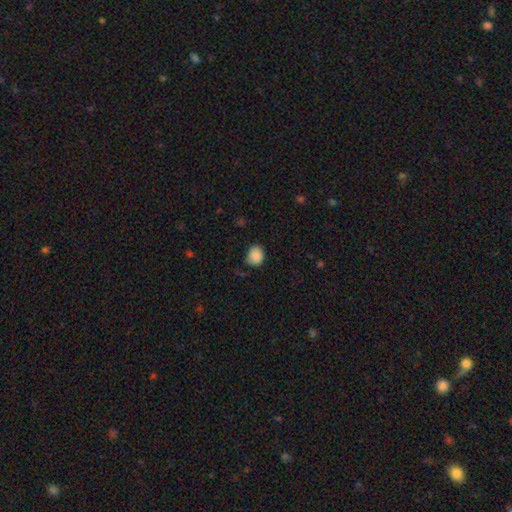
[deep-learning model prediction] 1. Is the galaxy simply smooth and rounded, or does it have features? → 88% smooth, 9% star or artifact, 3% featured or disk.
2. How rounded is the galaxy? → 65% round, 34% in between, 1% cigar-shaped.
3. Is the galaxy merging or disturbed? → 76% none, 19% minor disturbance, 4% major disturbance, 1% merger.